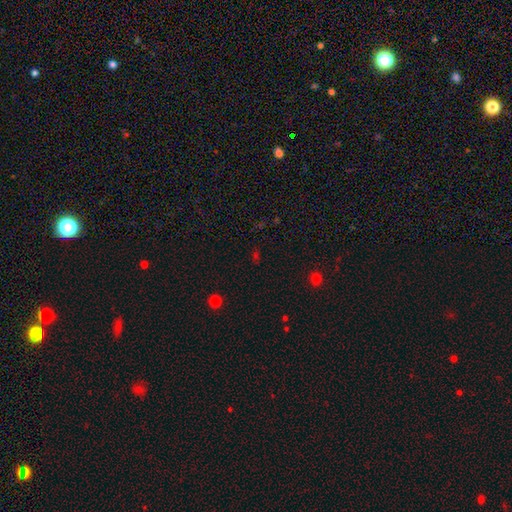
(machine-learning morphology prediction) Overall: star or artifact (54%; smooth 38%).